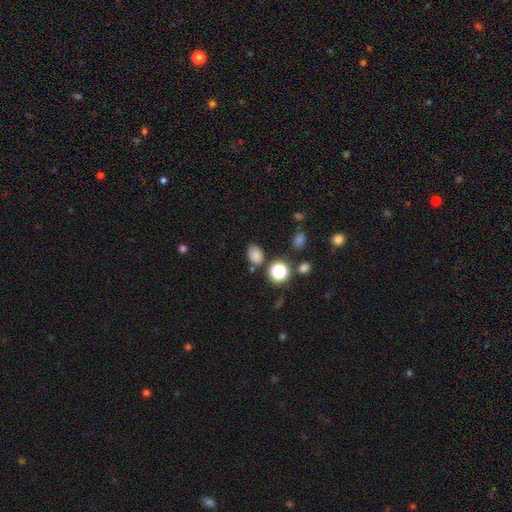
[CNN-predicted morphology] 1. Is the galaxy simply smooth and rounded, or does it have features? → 78% smooth, 17% star or artifact, 5% featured or disk.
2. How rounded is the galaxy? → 62% in between, 37% round, 1% cigar-shaped.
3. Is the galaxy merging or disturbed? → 76% none, 14% minor disturbance, 6% merger, 4% major disturbance.